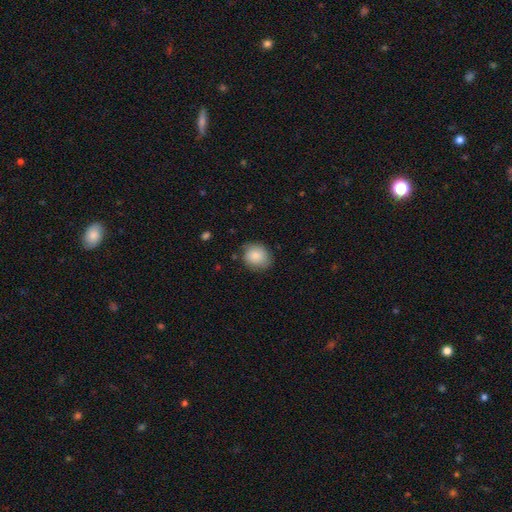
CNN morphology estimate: Smooth or featured? smooth (84%)
How rounded? round (66%)
Merging? none (74%)